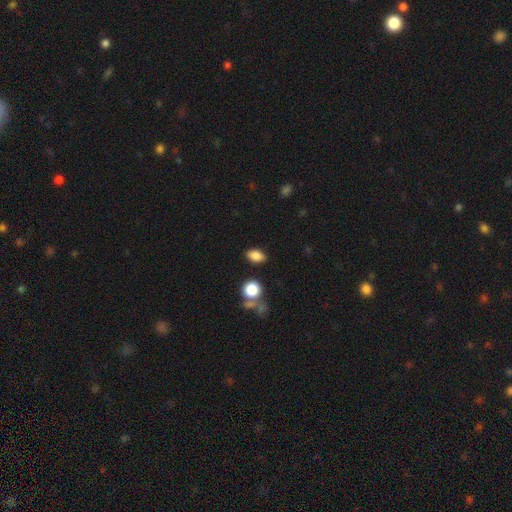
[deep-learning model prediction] Smooth or featured: smooth — 84% (star or artifact — 10%)
How rounded: in between — 84% (round — 14%)
Merging: none — 83% (minor disturbance — 10%)